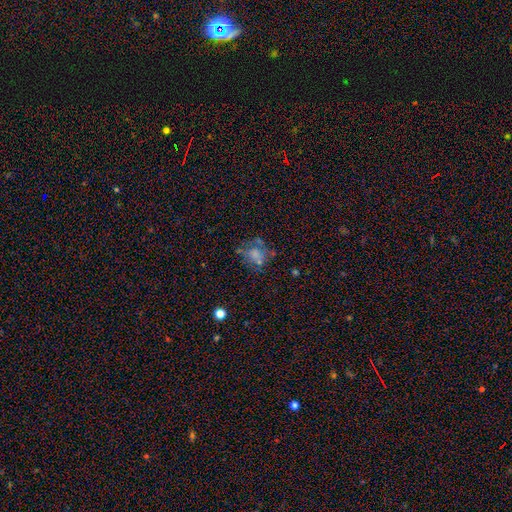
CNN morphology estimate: Smooth or featured? Predicted: smooth (p=0.49). Merging? Predicted: none (p=0.46).